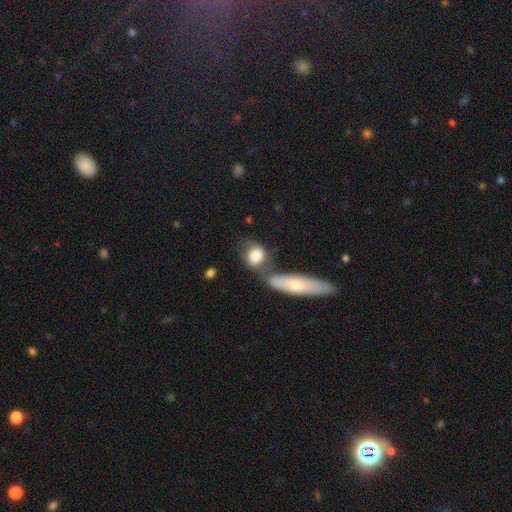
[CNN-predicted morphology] smooth 76%, featured or disk 18%, star or artifact 7%. Down the decision tree: how rounded — in between (48%); merging — merger (43%).